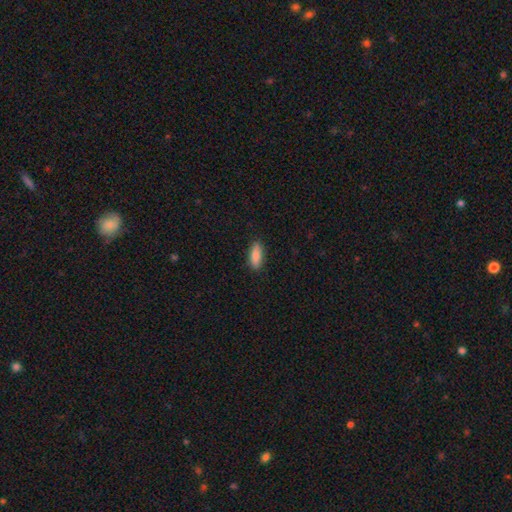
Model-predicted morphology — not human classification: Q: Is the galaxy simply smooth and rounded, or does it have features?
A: smooth — 87%.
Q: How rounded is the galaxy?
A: in between — 65%.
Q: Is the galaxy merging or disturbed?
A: none — 87%.